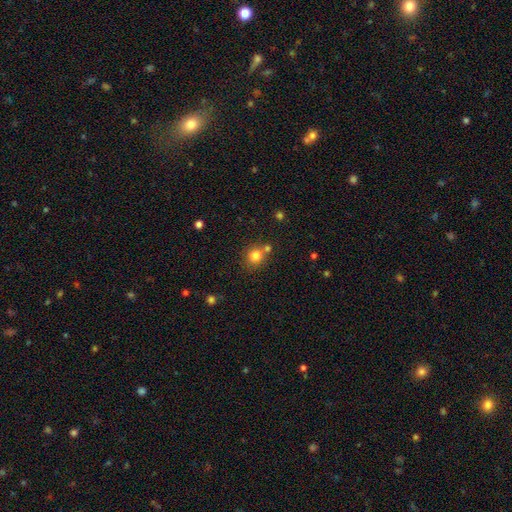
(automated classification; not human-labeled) smooth_or_featured: smooth (p=0.80) [alt: star or artifact p=0.13]
how_rounded: round (p=0.85) [alt: in between p=0.14]
merging: none (p=0.65) [alt: merger p=0.21]